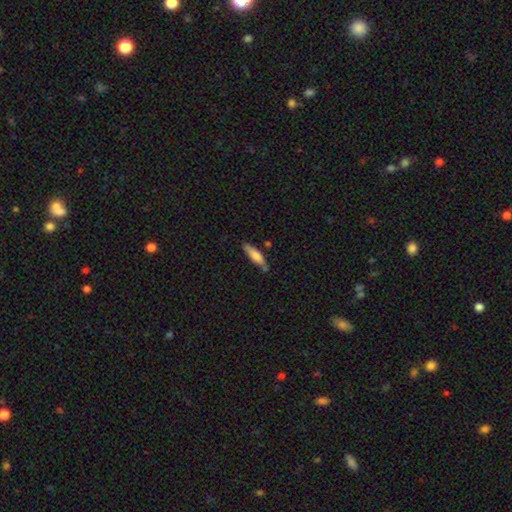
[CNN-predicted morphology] This is likely a smooth galaxy (70%). How rounded: likely cigar-shaped (70%). Merging: likely none (71%).